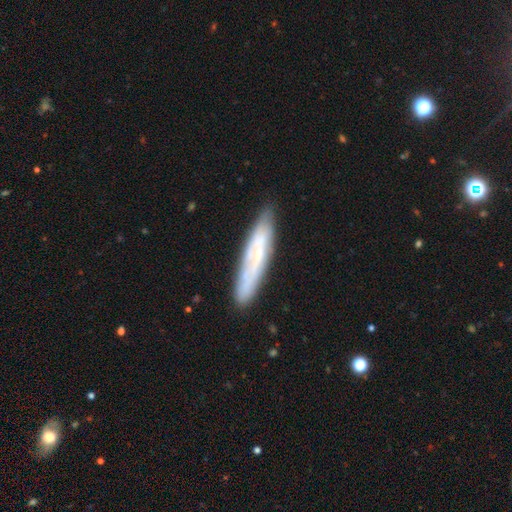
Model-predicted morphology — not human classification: type=featured or disk (49%); merging=none (80%).